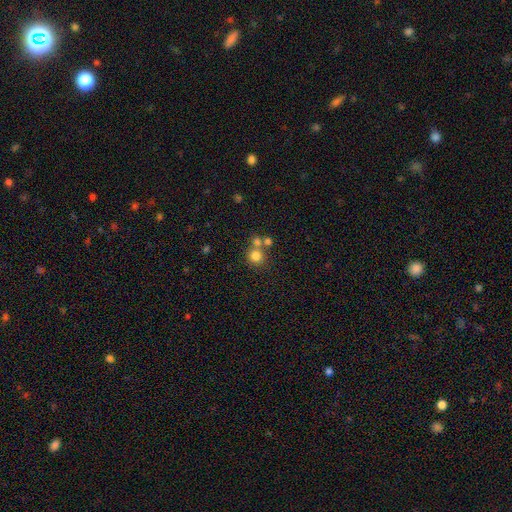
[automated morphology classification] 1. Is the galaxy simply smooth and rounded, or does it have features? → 77% smooth, 14% star or artifact, 9% featured or disk.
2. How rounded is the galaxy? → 90% round, 9% in between, 1% cigar-shaped.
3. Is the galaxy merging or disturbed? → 58% none, 31% merger, 7% minor disturbance, 3% major disturbance.